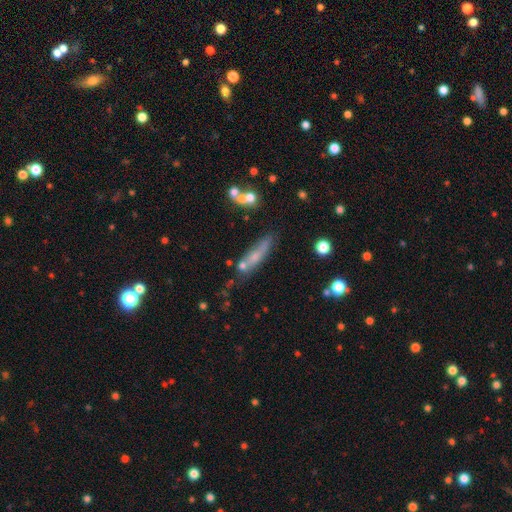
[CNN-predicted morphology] A smooth galaxy with no disk features (57%) that is cigar-shaped (76%). Merging: none (53%).